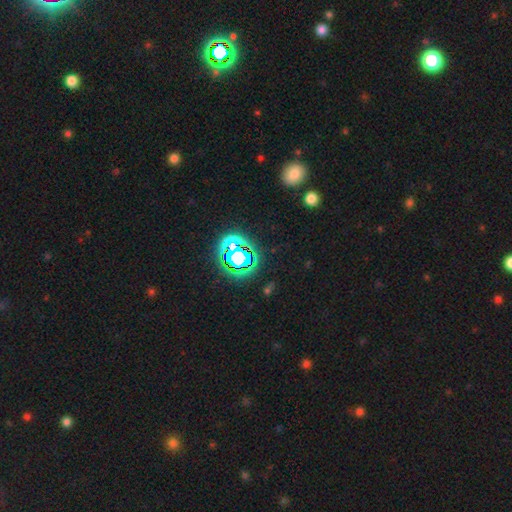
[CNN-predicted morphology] smooth_or_featured: star or artifact (p=0.77) [alt: smooth p=0.15]